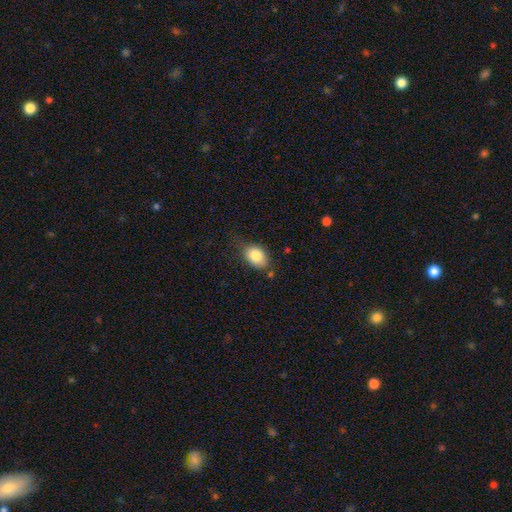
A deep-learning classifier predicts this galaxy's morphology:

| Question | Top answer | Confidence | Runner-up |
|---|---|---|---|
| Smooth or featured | smooth | 84% | featured or disk (9%) |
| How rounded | in between | 75% | round (23%) |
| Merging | none | 64% | minor disturbance (26%) |